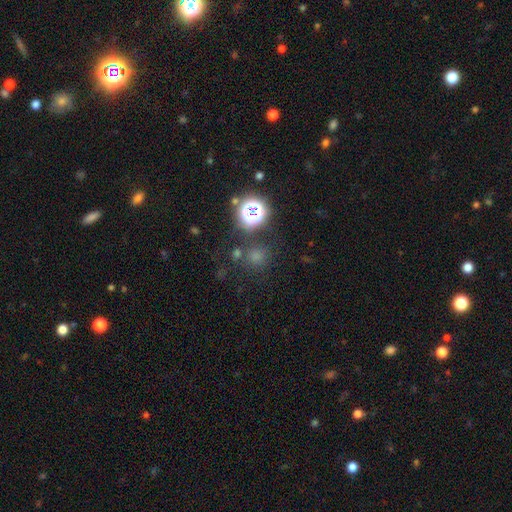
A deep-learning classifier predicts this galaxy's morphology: type=smooth (62%); roundness=round (87%); merging=none (75%).